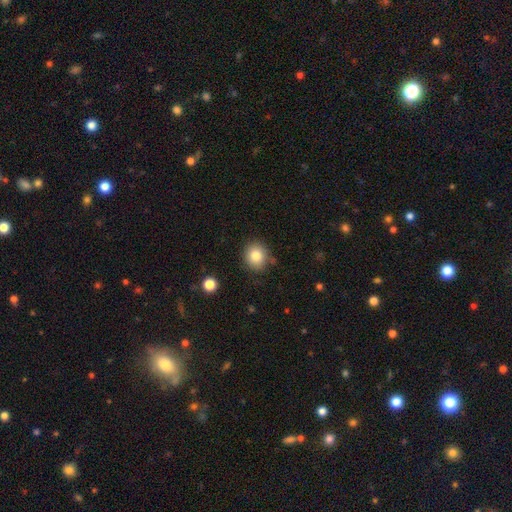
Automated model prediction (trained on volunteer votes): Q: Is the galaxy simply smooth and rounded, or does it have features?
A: smooth — 81%.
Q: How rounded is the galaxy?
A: round — 81%.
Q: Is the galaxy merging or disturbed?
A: none — 83%.